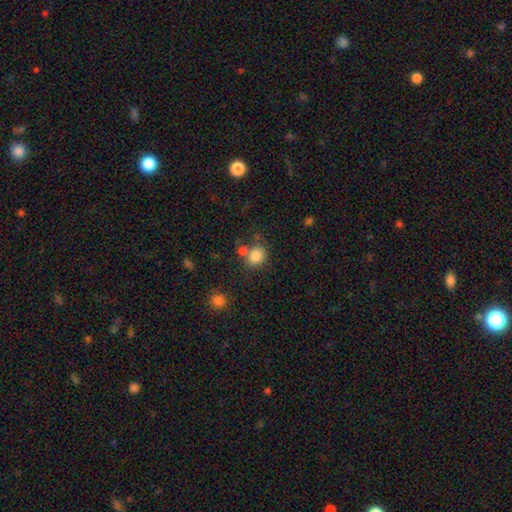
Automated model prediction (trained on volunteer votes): Smooth or featured? smooth (83%)
How rounded? round (68%)
Merging? none (64%)